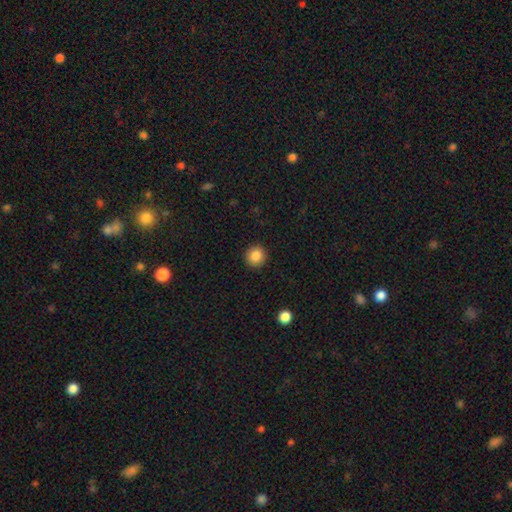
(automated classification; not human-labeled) Smooth or featured? Predicted: smooth (p=0.86). How rounded? Predicted: round (p=0.93). Merging? Predicted: none (p=0.92).